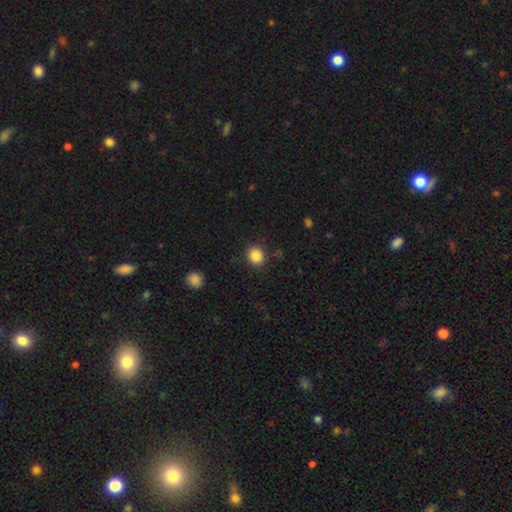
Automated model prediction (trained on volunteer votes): Smooth or featured: smooth — 86% (star or artifact — 10%)
How rounded: round — 80% (in between — 19%)
Merging: none — 88% (minor disturbance — 8%)